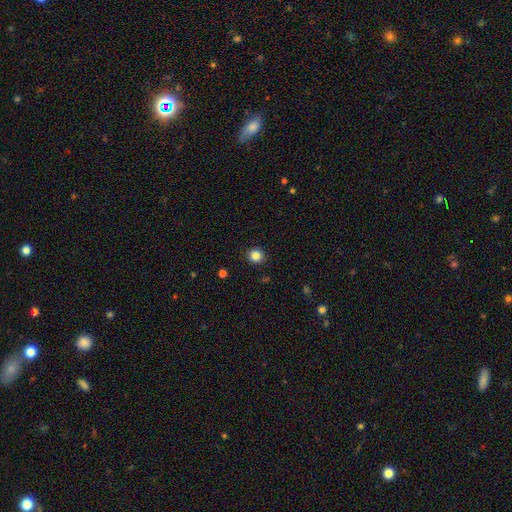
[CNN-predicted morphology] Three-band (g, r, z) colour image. It shows a smooth galaxy with no disk features (84%) that is round (92%). Merging: none (92%).